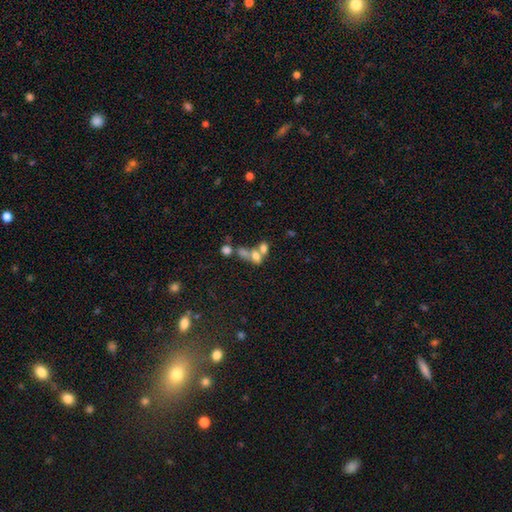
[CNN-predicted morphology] A smooth galaxy with no disk features (62%) that is in between round and cigar-shaped (72%).

Vote fractions:
- Smooth or featured? smooth: 62% / featured or disk: 24% / star or artifact: 15%
- How rounded? in between: 72% / round: 22% / cigar-shaped: 6%
- Merging? merger: 60% / none: 23% / major disturbance: 9% / minor disturbance: 8%